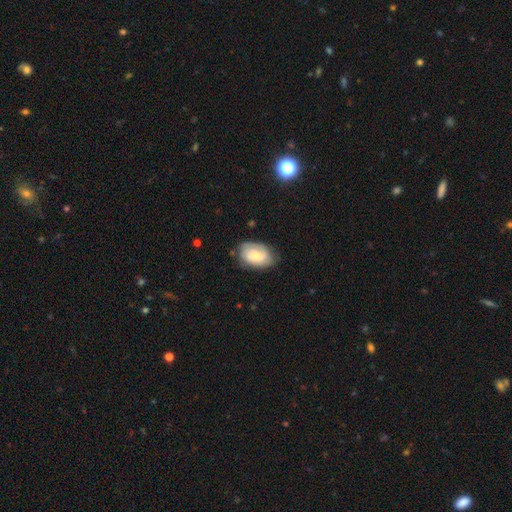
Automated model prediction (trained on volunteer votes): A smooth galaxy with no disk features (52%) that is in between round and cigar-shaped (87%).

Vote fractions:
- Smooth or featured? smooth: 52% / featured or disk: 41% / star or artifact: 7%
- How rounded? in between: 87% / round: 12% / cigar-shaped: 1%
- Merging? none: 70% / minor disturbance: 23% / major disturbance: 6% / merger: 1%